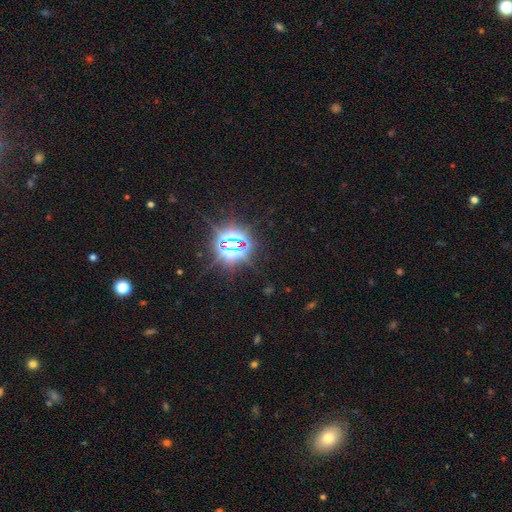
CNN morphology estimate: Smooth or featured? Predicted: star or artifact (p=0.76).